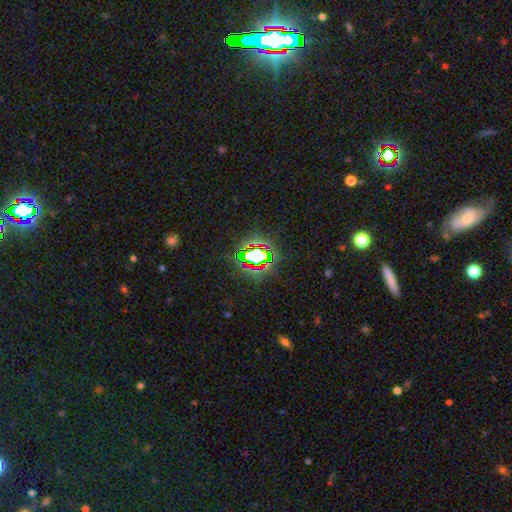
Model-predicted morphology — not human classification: This is likely a star or artifact rather than a galaxy (68%).